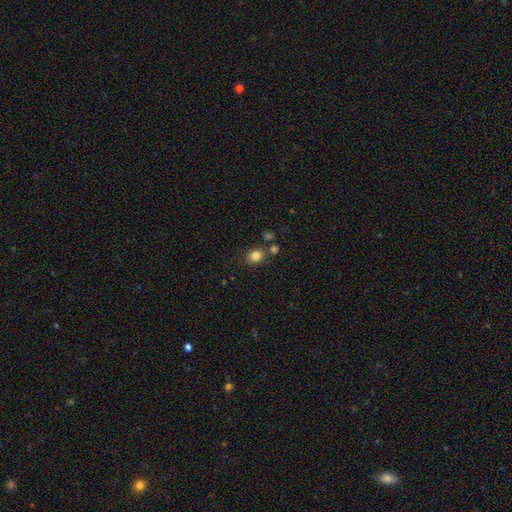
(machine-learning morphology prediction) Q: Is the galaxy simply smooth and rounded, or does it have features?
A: smooth — 82%.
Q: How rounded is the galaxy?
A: round — 65%.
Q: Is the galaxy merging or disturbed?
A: none — 74%.